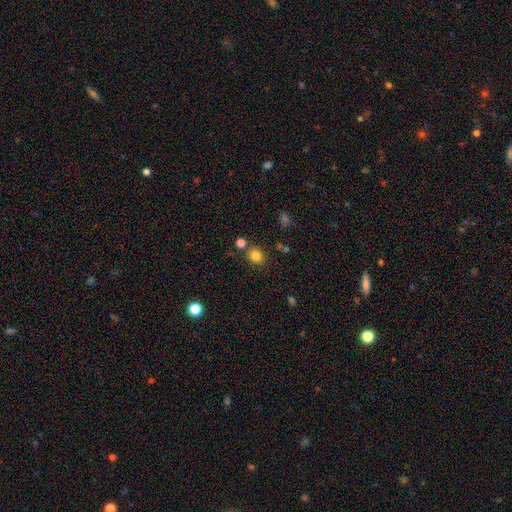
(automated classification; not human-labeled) Overall: smooth (82%). How rounded: round (73%). Merging: none (79%).